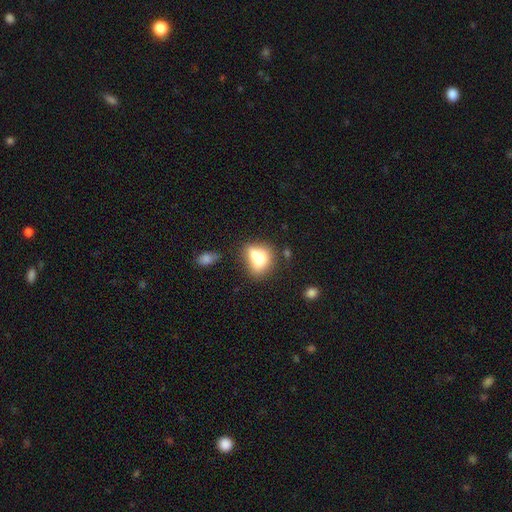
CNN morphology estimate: Q: Smooth or featured?
A: smooth (70%); runner-up: featured or disk (19%)
Q: How rounded?
A: in between (64%); runner-up: round (33%)
Q: Merging?
A: none (38%); runner-up: merger (32%)